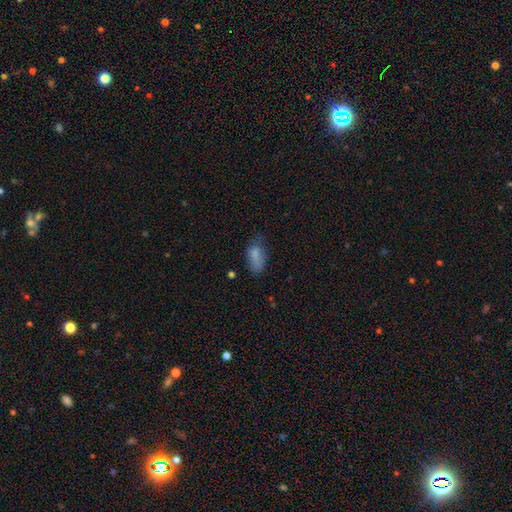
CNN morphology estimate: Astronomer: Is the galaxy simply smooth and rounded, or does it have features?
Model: smooth — 78%.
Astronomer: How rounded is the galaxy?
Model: in between — 88%.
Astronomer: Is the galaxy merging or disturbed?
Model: none — 50% (runner-up: minor disturbance, 31%).